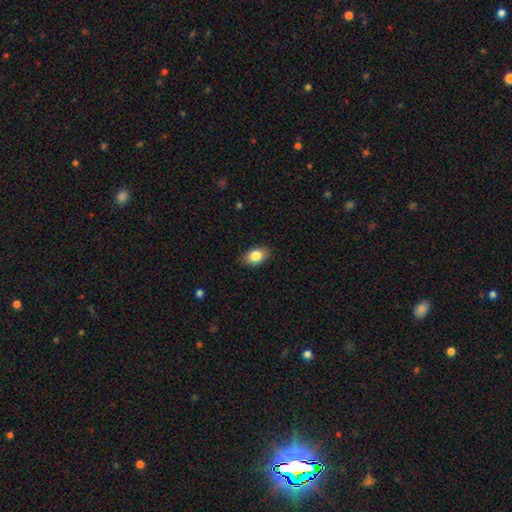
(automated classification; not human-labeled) Overall: smooth (84%). How rounded: in between (86%). Merging: none (85%).